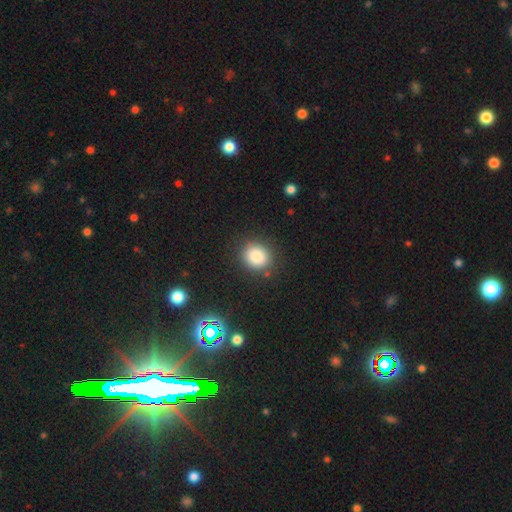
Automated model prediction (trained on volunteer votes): Morphology: type=smooth (85%); roundness=round (77%); merging=none (86%).